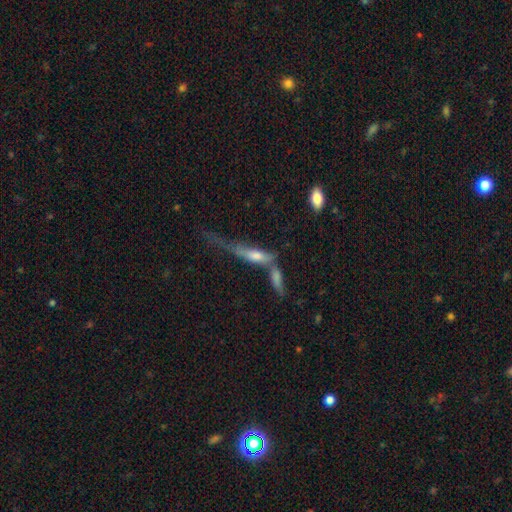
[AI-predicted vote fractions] Smooth or featured: smooth — 45% (tied with featured or disk — 45%)
Merging: merger — 41% (none — 24%)